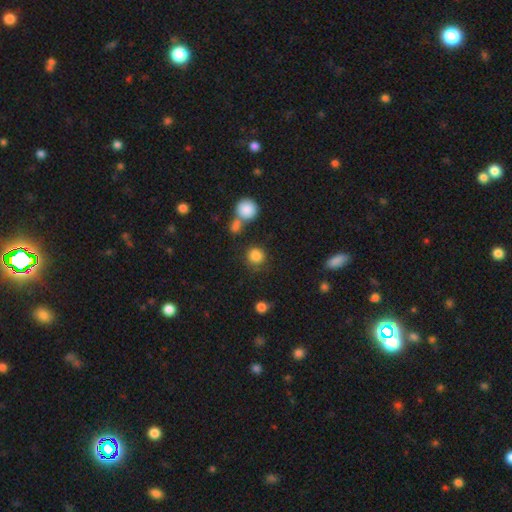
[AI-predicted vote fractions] This is clearly a smooth galaxy (84%). How rounded: clearly round (89%). Merging: likely none (73%).